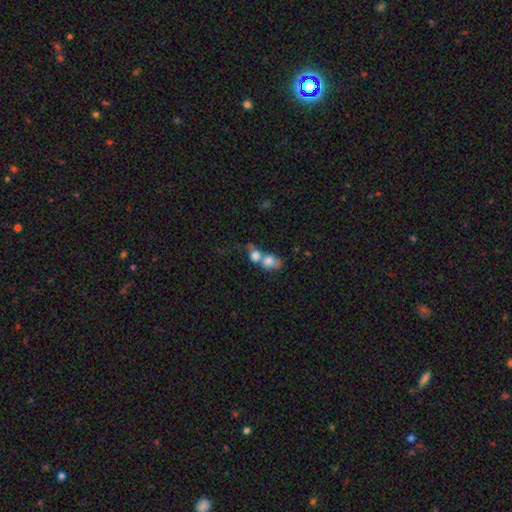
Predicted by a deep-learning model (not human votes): A smooth galaxy with no disk features (74%) that is in between round and cigar-shaped (52%).

Vote fractions:
- Smooth or featured? smooth: 74% / featured or disk: 17% / star or artifact: 9%
- How rounded? in between: 52% / round: 45% / cigar-shaped: 2%
- Merging? merger: 78% / none: 12% / major disturbance: 5% / minor disturbance: 5%